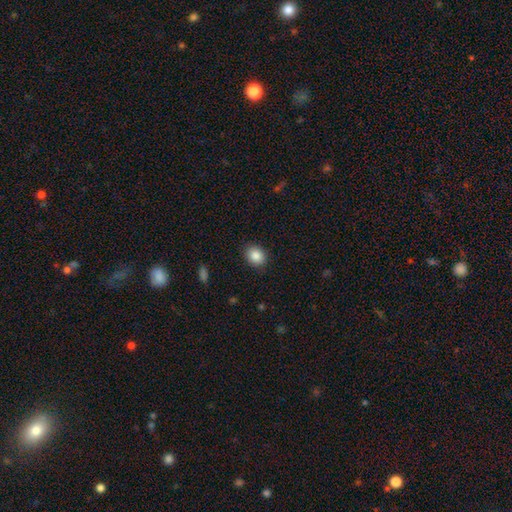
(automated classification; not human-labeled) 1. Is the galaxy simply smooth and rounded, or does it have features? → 87% smooth, 8% star or artifact, 5% featured or disk.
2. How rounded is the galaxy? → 54% round, 45% in between, 1% cigar-shaped.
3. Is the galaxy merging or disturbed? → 89% none, 8% minor disturbance, 2% major disturbance, 1% merger.